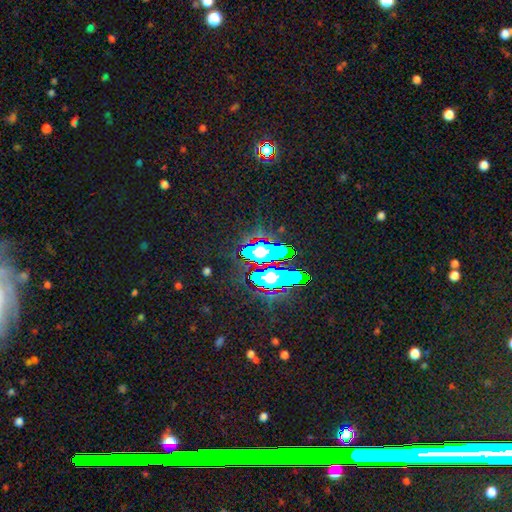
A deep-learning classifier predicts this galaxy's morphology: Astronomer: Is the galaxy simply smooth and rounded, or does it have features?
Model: star or artifact — 57%.